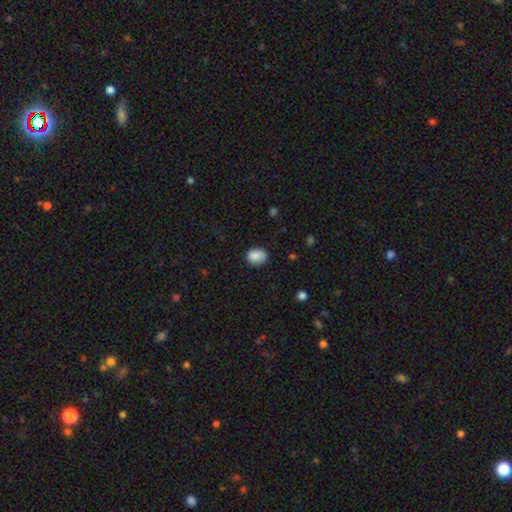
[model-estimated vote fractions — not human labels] A smooth galaxy with no disk features (83%) that is round (50%). Merging: none (75%).